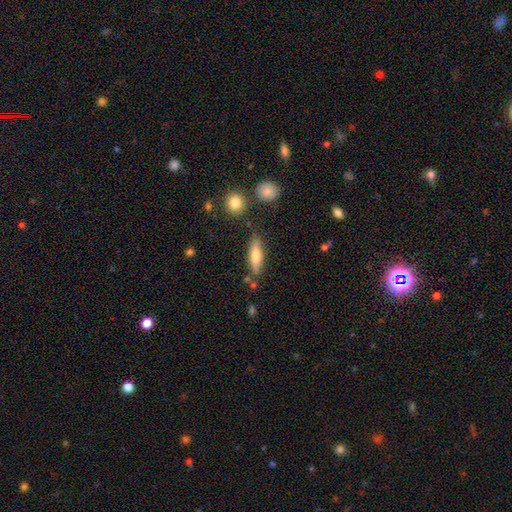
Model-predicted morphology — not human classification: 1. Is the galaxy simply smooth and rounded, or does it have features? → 70% smooth, 24% featured or disk, 7% star or artifact.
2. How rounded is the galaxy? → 53% cigar-shaped, 45% in between, 2% round.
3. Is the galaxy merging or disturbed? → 76% none, 14% minor disturbance, 6% merger, 4% major disturbance.